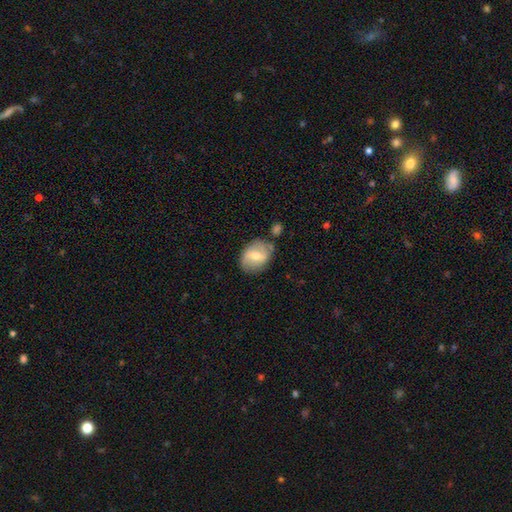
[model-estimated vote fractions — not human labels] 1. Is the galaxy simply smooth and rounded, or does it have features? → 47% featured or disk (tied), 47% smooth (tied), 7% star or artifact.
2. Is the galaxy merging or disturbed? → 69% none, 19% minor disturbance, 7% merger, 5% major disturbance.